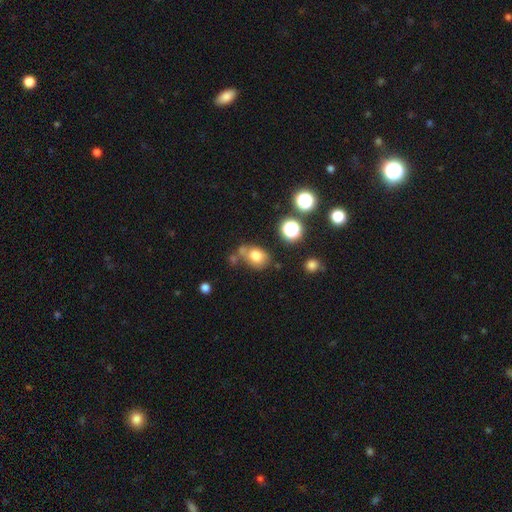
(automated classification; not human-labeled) Smooth or featured? smooth (76%)
How rounded? in between (60%)
Merging? none (55%)